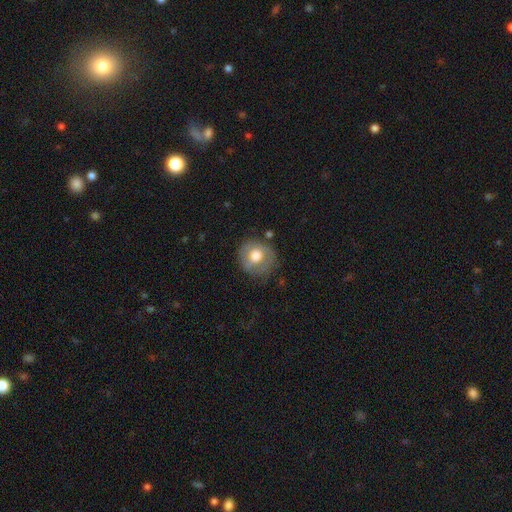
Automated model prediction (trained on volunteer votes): smooth_or_featured: smooth (p=0.60) [alt: featured or disk p=0.32]
how_rounded: round (p=0.83) [alt: in between p=0.16]
merging: none (p=0.65) [alt: minor disturbance p=0.23]